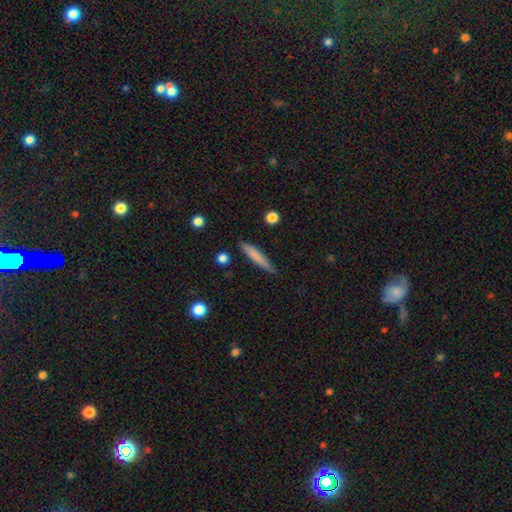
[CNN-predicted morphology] smooth-or-featured: smooth: 74% | featured or disk: 20% | star or artifact: 6%
  how-rounded: cigar-shaped: 93% | in between: 5% | round: 1%
  merging: none: 86% | minor disturbance: 11% | major disturbance: 2% | merger: 2%